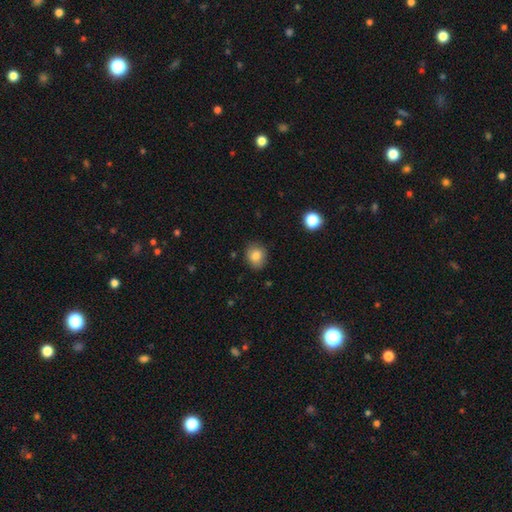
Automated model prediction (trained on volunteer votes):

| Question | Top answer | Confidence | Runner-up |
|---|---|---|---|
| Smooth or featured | smooth | 82% | star or artifact (10%) |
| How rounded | round | 68% | in between (31%) |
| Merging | none | 83% | minor disturbance (13%) |